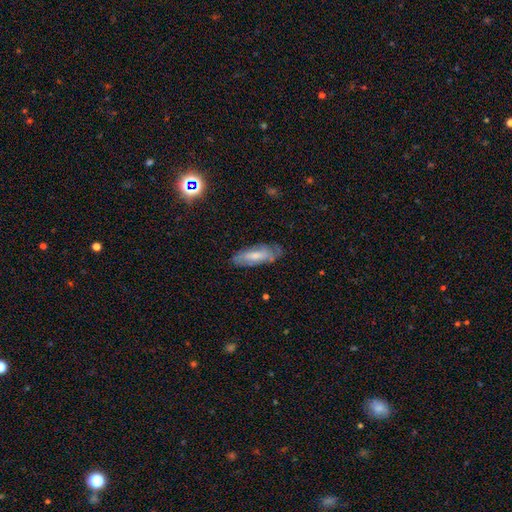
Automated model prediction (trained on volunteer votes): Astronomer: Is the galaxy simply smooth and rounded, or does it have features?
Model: smooth — 56% (runner-up: featured or disk, 37%).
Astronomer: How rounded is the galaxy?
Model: in between — 62%.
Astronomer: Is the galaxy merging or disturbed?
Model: none — 72%.